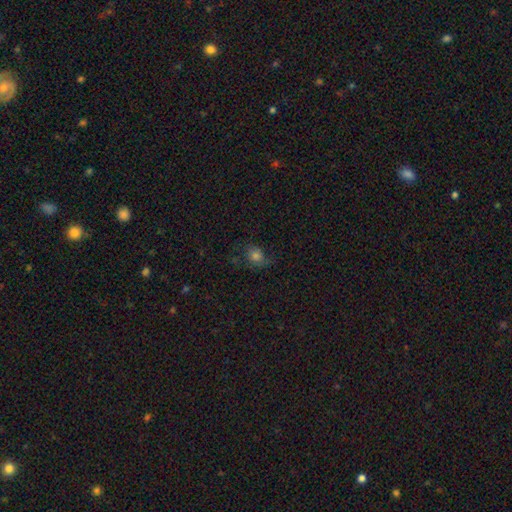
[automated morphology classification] The model was most divided on "how rounded": round: 59%, in between: 40%, cigar-shaped: 1%. More confident: smooth or featured — smooth (66%); merging — none (59%).